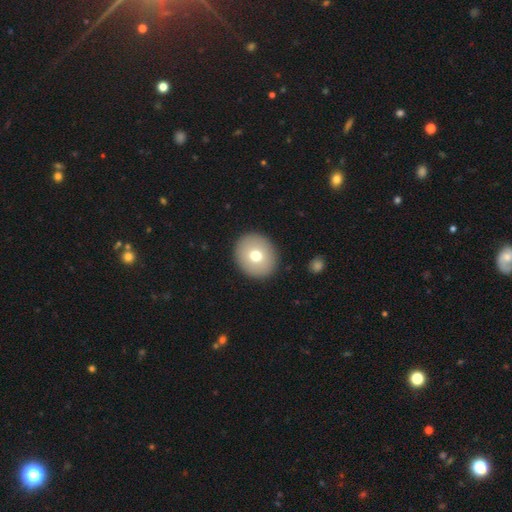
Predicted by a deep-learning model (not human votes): Smooth or featured?
  - smooth: 71% *
  - featured or disk: 20%
  - star or artifact: 9%
How rounded?
  - round: 73% *
  - in between: 26%
  - cigar-shaped: 1%
Merging?
  - none: 91% *
  - minor disturbance: 6%
  - major disturbance: 2%
  - merger: 1%